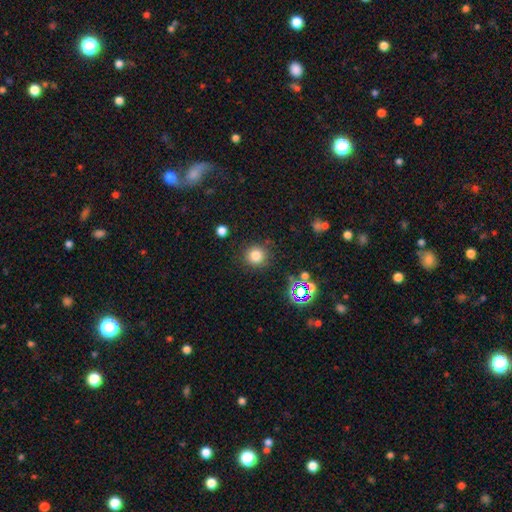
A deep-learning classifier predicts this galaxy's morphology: The model was most divided on "smooth or featured": smooth: 78%, star or artifact: 16%, featured or disk: 6%. More confident: how rounded — round (93%); merging — none (86%).